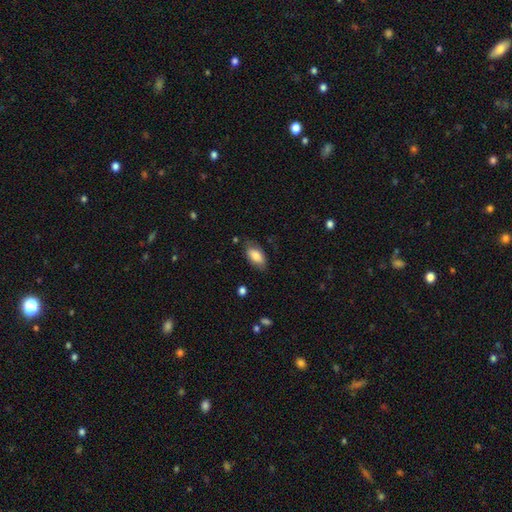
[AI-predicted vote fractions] A smooth galaxy with no disk features (80%) that is in between round and cigar-shaped (92%).

Vote fractions:
- Smooth or featured? smooth: 80% / featured or disk: 14% / star or artifact: 7%
- How rounded? in between: 92% / cigar-shaped: 5% / round: 3%
- Merging? none: 75% / minor disturbance: 19% / major disturbance: 4% / merger: 2%